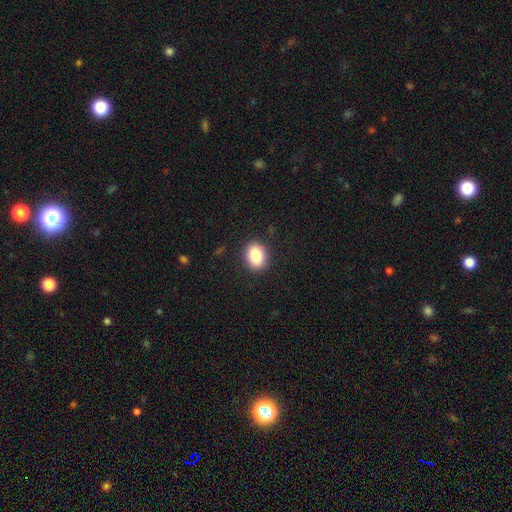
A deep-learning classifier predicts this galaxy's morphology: Smooth or featured? smooth (85%)
How rounded? in between (58%)
Merging? none (89%)